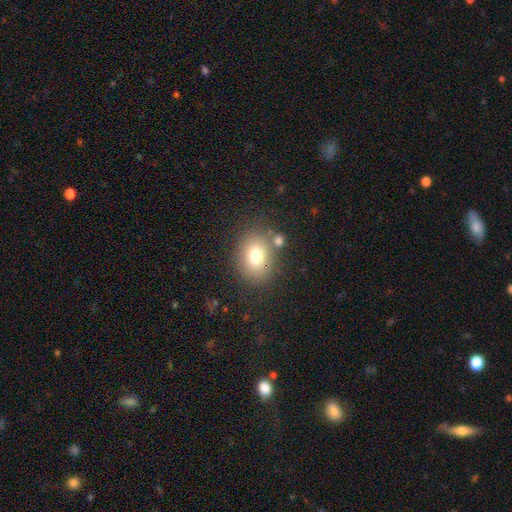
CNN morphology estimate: Smooth or featured: smooth — 76% (featured or disk — 12%)
How rounded: in between — 55% (round — 44%)
Merging: none — 76% (minor disturbance — 12%)